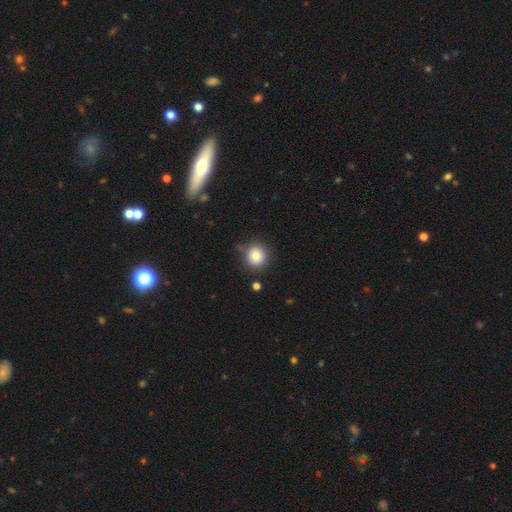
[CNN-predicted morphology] smooth_or_featured: smooth (p=0.81) [alt: star or artifact p=0.11]
how_rounded: round (p=0.90) [alt: in between p=0.09]
merging: none (p=0.82) [alt: minor disturbance p=0.11]